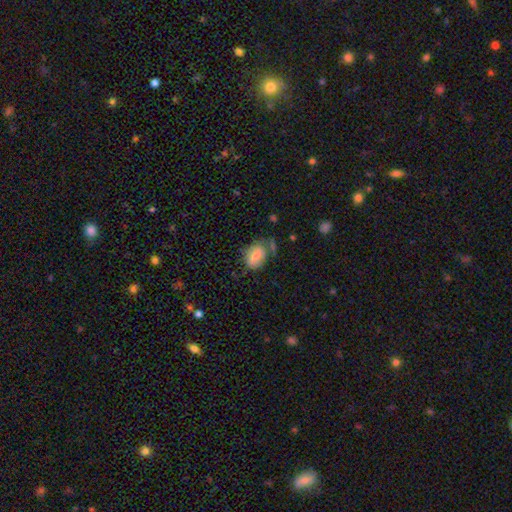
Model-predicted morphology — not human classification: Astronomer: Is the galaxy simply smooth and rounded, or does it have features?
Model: smooth — 79%.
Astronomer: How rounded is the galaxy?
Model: in between — 81%.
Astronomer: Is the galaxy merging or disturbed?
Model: none — 52% (runner-up: minor disturbance, 28%).